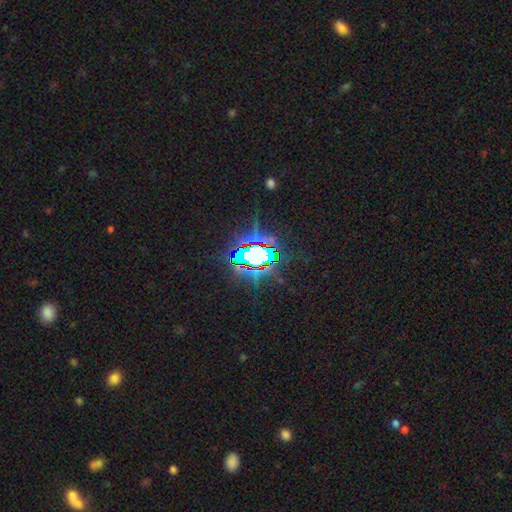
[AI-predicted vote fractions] This appears to be a star or artifact, not a galaxy (74%).